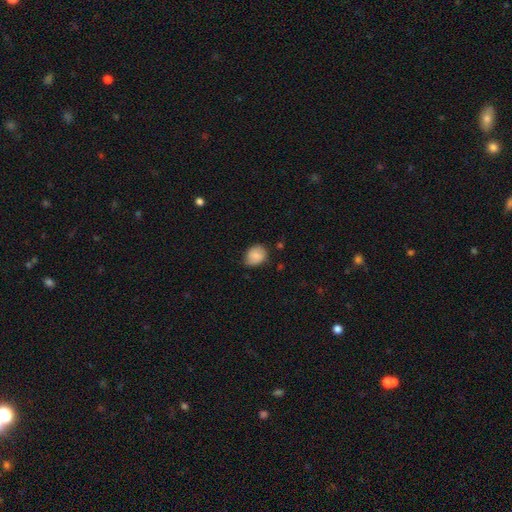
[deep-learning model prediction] This appears to be a smooth galaxy with no disk features (84%) that is round (50%). Merging: none (67%).